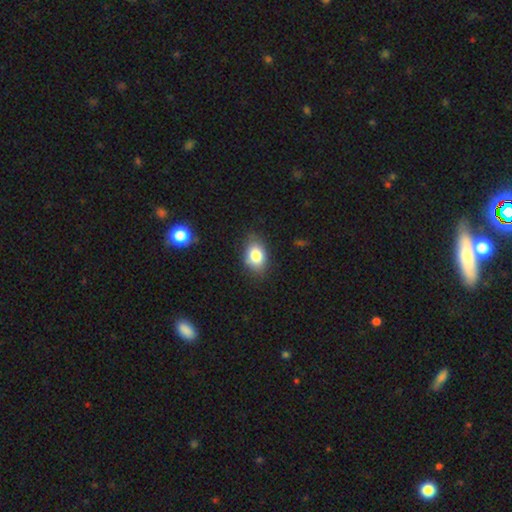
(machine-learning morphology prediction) Q: Smooth or featured?
A: smooth (81%); runner-up: featured or disk (10%)
Q: How rounded?
A: in between (81%); runner-up: round (17%)
Q: Merging?
A: none (77%); runner-up: minor disturbance (17%)